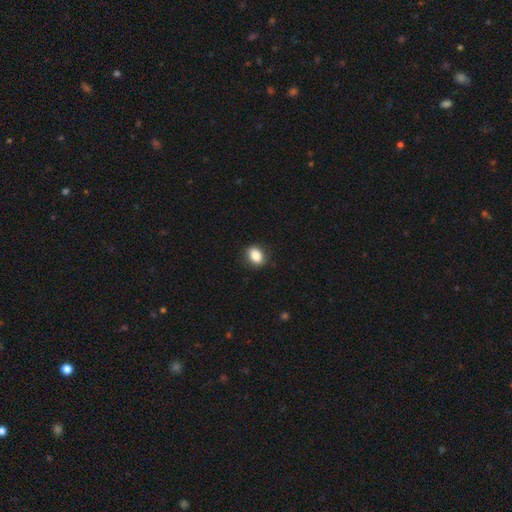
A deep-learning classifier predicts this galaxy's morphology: Smooth or featured? smooth (87%)
How rounded? in between (75%)
Merging? none (86%)